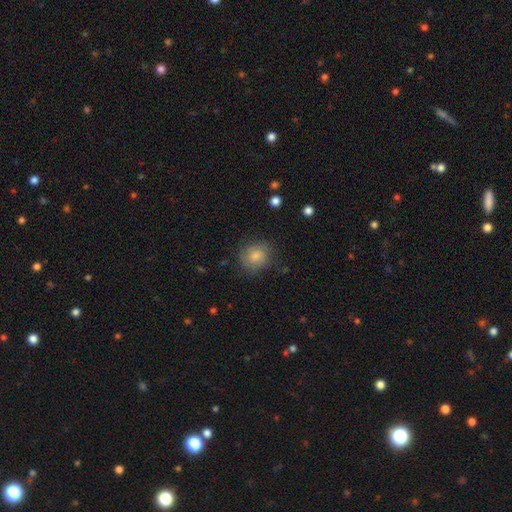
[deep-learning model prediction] Smooth or featured: smooth — 72% (featured or disk — 16%)
How rounded: round — 79% (in between — 20%)
Merging: none — 79% (minor disturbance — 15%)